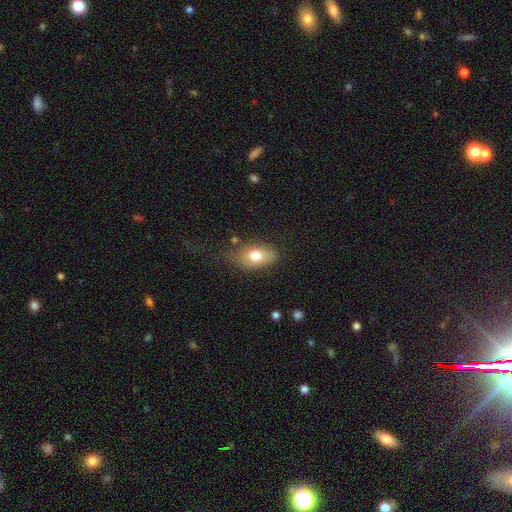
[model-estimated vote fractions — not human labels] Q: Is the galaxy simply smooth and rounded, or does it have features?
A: smooth — 74%.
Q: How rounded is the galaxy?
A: in between — 85%.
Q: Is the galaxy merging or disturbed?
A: none — 54%.